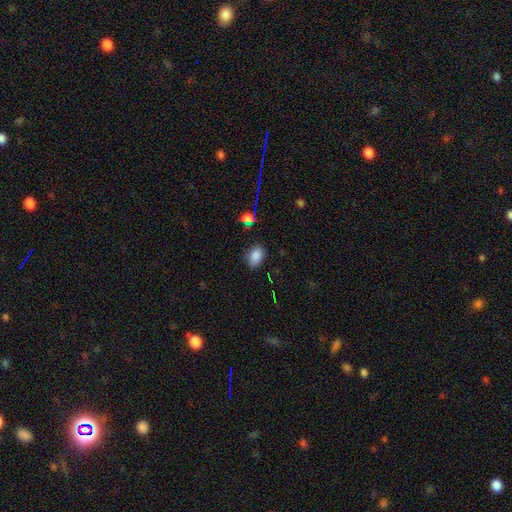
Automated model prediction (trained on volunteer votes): A smooth galaxy with no disk features (83%) that is in between round and cigar-shaped (83%).

Vote fractions:
- Smooth or featured? smooth: 83% / star or artifact: 12% / featured or disk: 5%
- How rounded? in between: 83% / round: 15% / cigar-shaped: 1%
- Merging? none: 82% / minor disturbance: 14% / major disturbance: 3% / merger: 2%